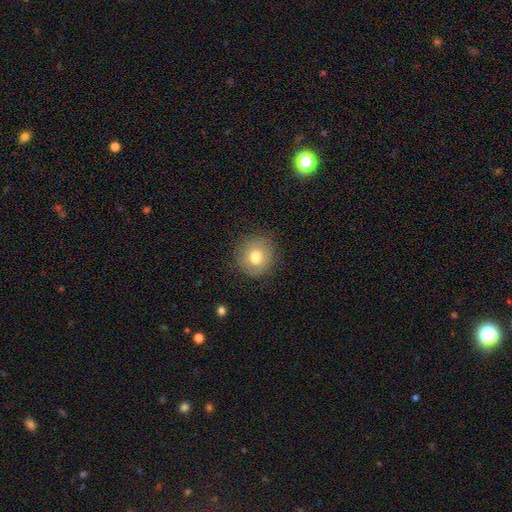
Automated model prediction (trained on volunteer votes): Smooth or featured: smooth — 76% (featured or disk — 14%)
How rounded: round — 89% (in between — 10%)
Merging: none — 83% (minor disturbance — 12%)